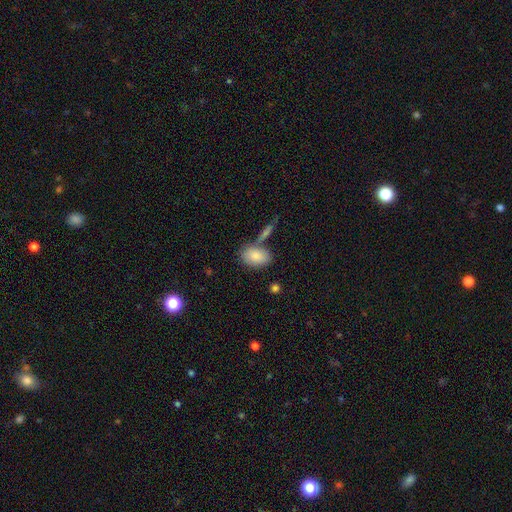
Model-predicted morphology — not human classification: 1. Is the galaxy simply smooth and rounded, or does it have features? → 83% smooth, 10% featured or disk, 6% star or artifact.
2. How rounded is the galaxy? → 88% in between, 10% round, 2% cigar-shaped.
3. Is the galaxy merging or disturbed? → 60% none, 19% merger, 15% minor disturbance, 5% major disturbance.